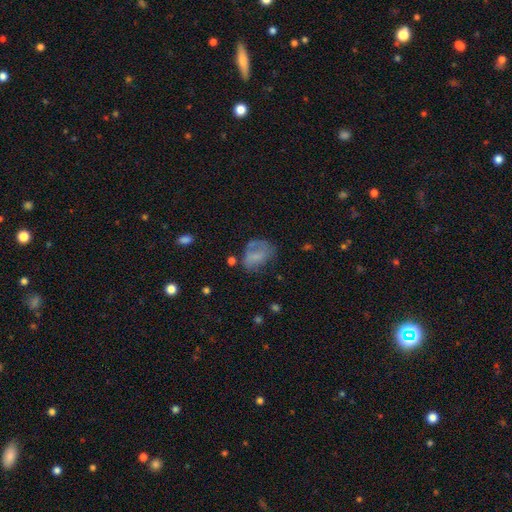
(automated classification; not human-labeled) This appears to be a smooth galaxy with no disk features (59%) that is in between round and cigar-shaped (71%). Merging: none (38%).